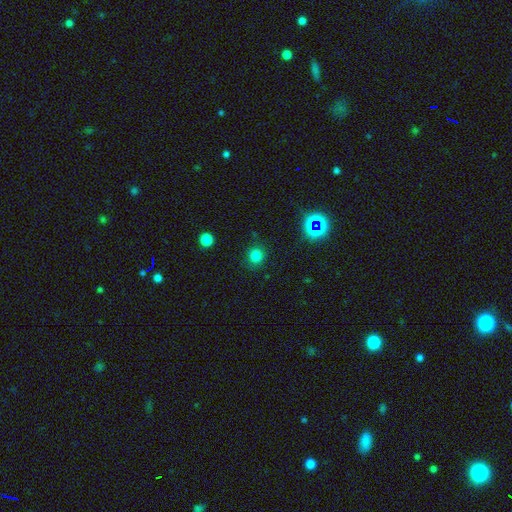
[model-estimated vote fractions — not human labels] Overall: smooth (76%). How rounded: round (88%). Merging: none (86%).